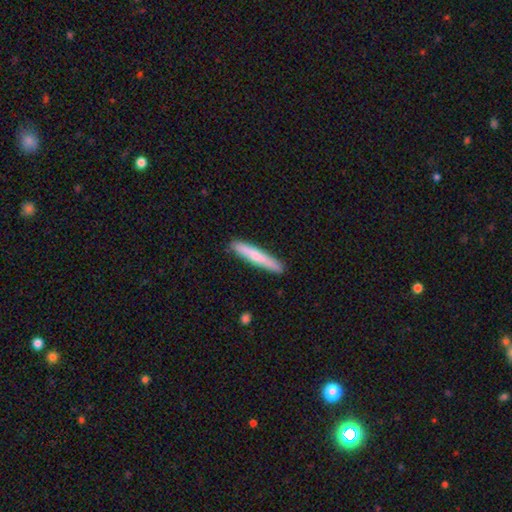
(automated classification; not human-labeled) Smooth or featured? smooth (64%)
How rounded? cigar-shaped (94%)
Merging? none (89%)